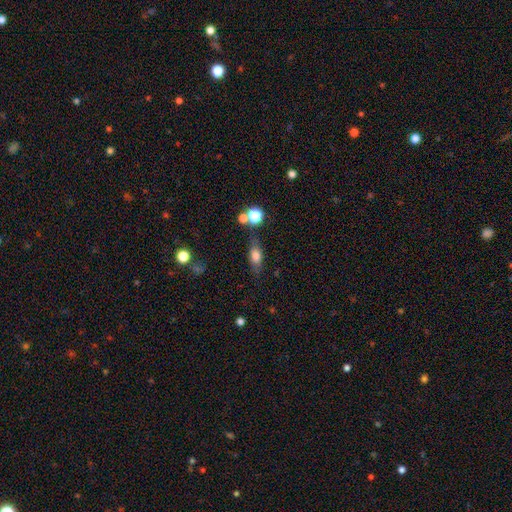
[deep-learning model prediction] smooth_or_featured: smooth (p=0.73) [alt: featured or disk p=0.18]
how_rounded: in between (p=0.72) [alt: cigar-shaped p=0.19]
merging: none (p=0.72) [alt: minor disturbance p=0.16]